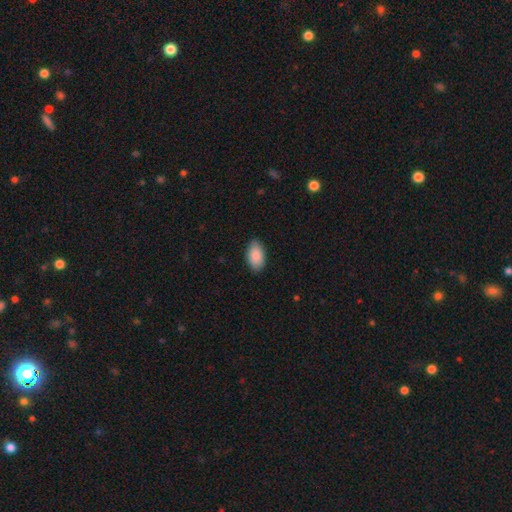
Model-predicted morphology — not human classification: smooth 89%, star or artifact 6%, featured or disk 5%. Down the decision tree: how rounded — in between (94%); merging — none (87%).